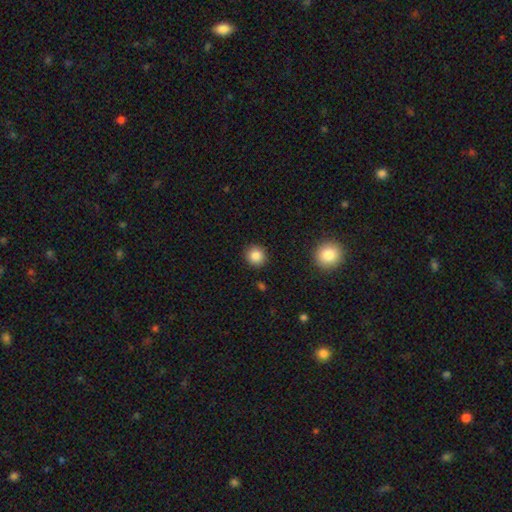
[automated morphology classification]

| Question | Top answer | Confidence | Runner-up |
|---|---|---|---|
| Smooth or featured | smooth | 86% | star or artifact (10%) |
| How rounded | round | 91% | in between (8%) |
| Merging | none | 91% | minor disturbance (6%) |